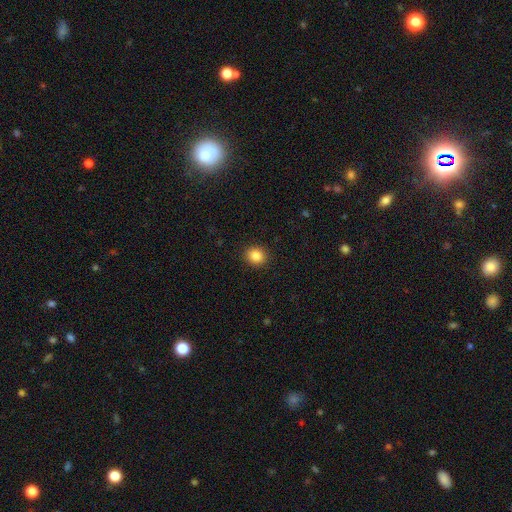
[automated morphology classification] smooth 85%, star or artifact 10%, featured or disk 5%. Down the decision tree: how rounded — round (81%); merging — none (91%).